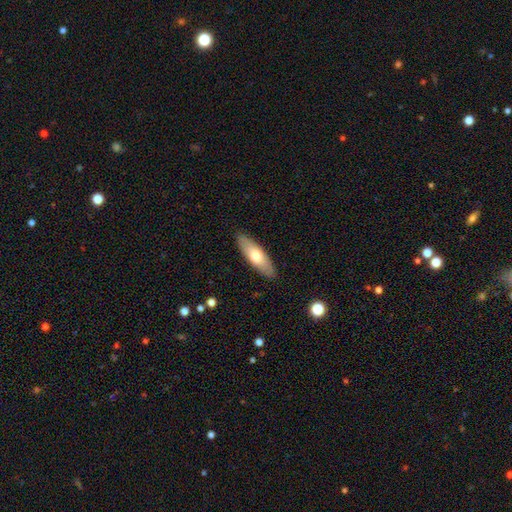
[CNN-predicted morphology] The model was most divided on "how rounded": in between: 52%, cigar-shaped: 46%, round: 2%. More confident: merging — none (89%); smooth or featured — smooth (65%).